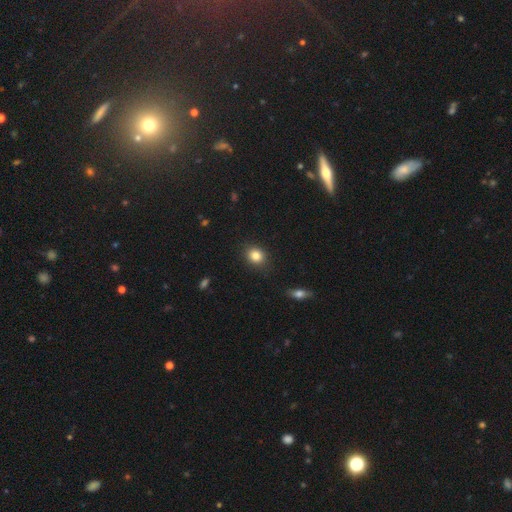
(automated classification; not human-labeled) Smooth or featured? Predicted: smooth (p=0.84). How rounded? Predicted: round (p=0.65). Merging? Predicted: none (p=0.87).